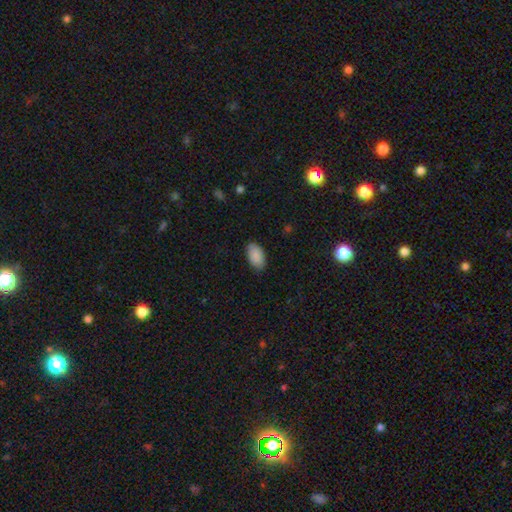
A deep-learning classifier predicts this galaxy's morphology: This is clearly a smooth galaxy (90%). How rounded: clearly in between (95%). Merging: clearly none (85%).